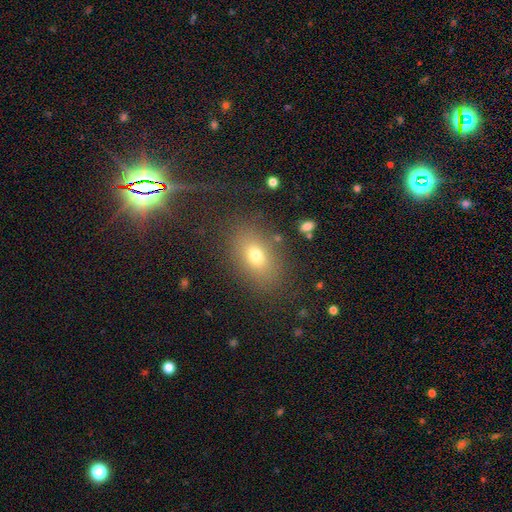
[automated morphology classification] Smooth or featured? smooth (72%)
How rounded? in between (80%)
Merging? none (81%)